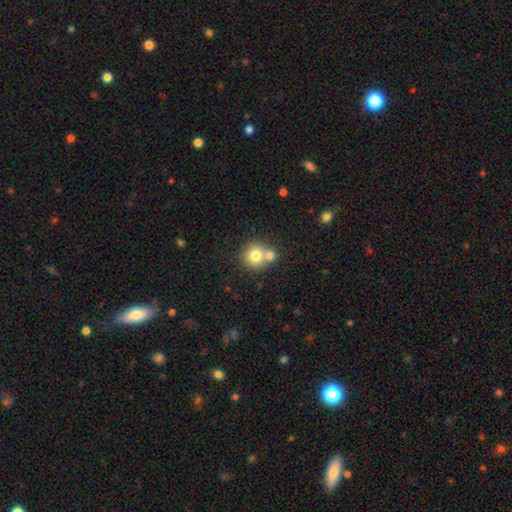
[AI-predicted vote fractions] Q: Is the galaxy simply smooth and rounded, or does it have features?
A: smooth — 76%.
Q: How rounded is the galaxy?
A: round — 89%.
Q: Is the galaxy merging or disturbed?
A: none — 48%.